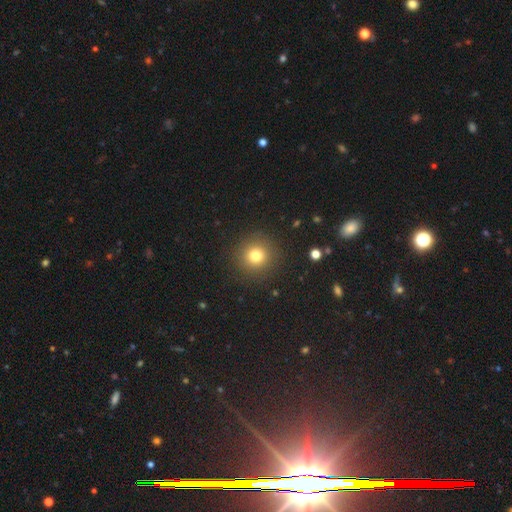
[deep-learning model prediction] A smooth galaxy with no disk features (77%) that is round (94%). Merging: none (91%).